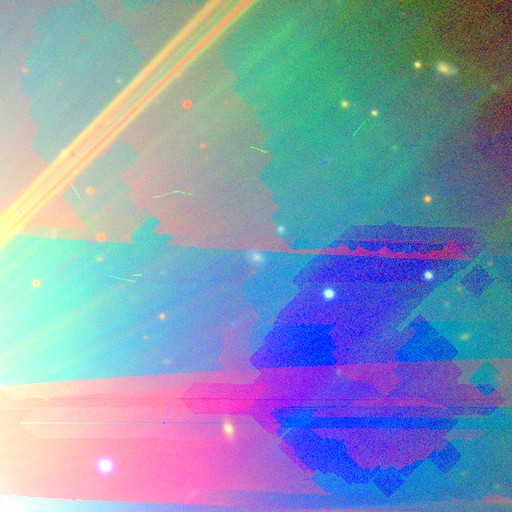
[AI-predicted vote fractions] smooth-or-featured: star or artifact: 88% | featured or disk: 7% | smooth: 6%